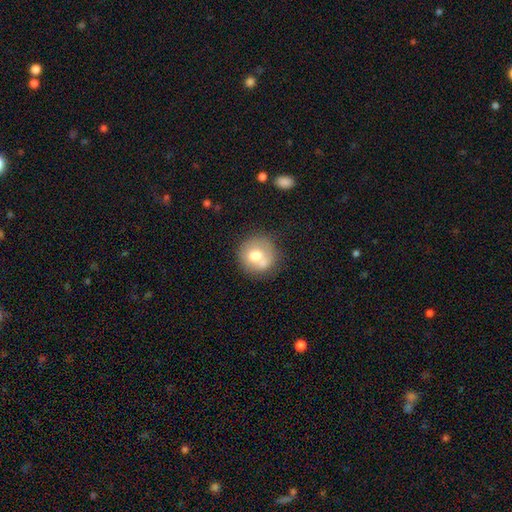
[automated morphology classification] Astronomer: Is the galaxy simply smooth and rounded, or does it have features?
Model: smooth — 68%.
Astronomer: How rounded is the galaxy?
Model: round — 90%.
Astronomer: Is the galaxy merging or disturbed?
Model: none — 57%.